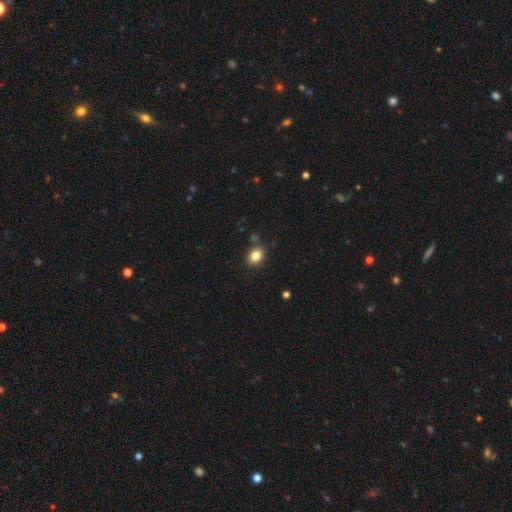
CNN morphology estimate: A smooth galaxy with no disk features (85%) that is in between round and cigar-shaped (63%). Merging: none (81%).